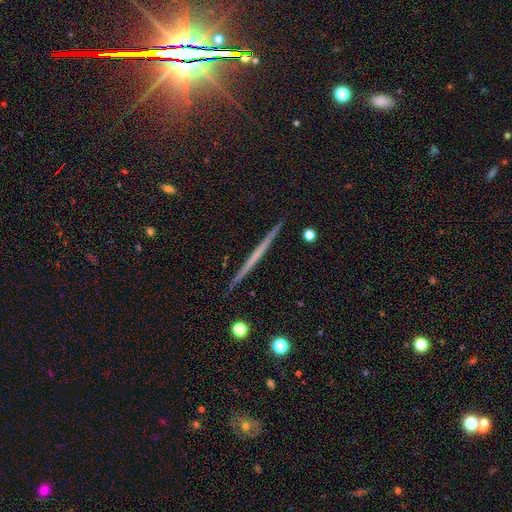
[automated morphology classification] A featured or disk galaxy (61%) viewed edge-on (98%) with no central bulge (86%). Merging: none (93%).